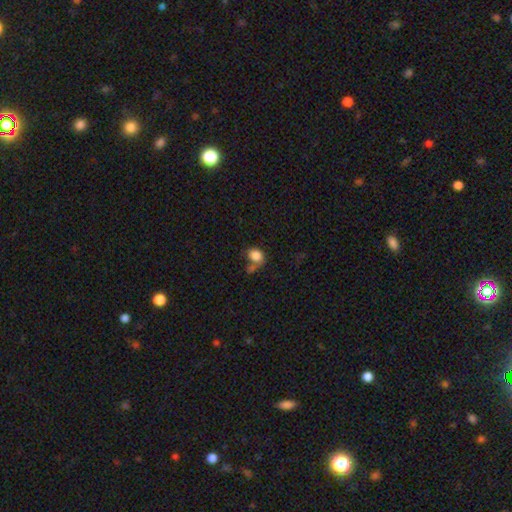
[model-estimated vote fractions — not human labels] This appears to be a smooth galaxy with no disk features (81%) that is in between round and cigar-shaped (59%). Merging: none (36%).